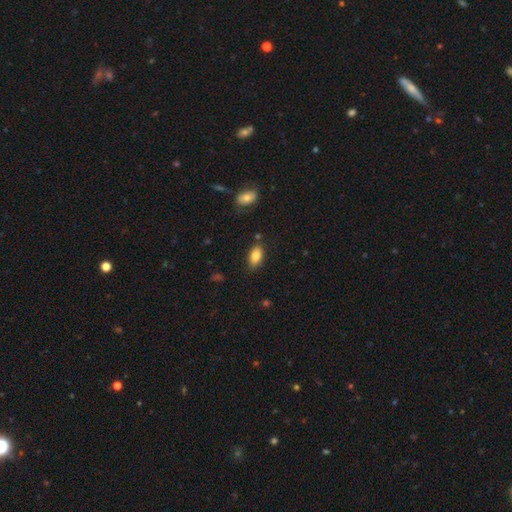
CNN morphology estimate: Smooth or featured? smooth (84%)
How rounded? in between (91%)
Merging? none (81%)